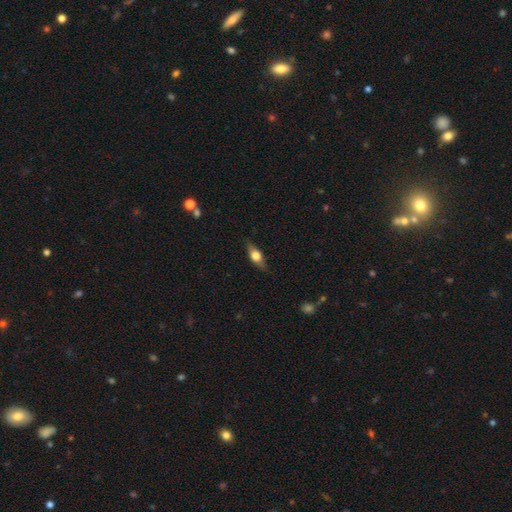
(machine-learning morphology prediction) featured or disk 46% (tied), smooth 46% (tied), star or artifact 7%. Down the decision tree: merging — none (81%).